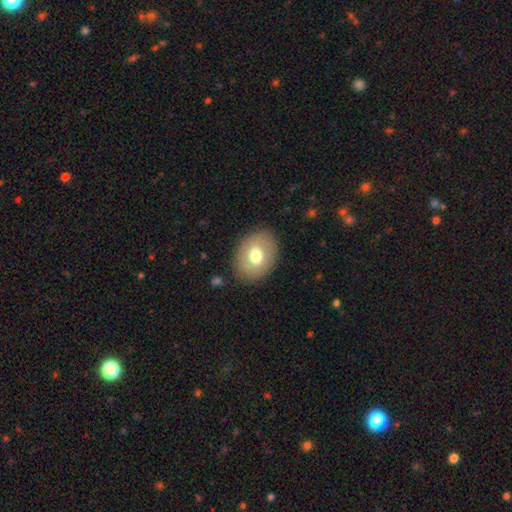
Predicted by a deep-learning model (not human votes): The model was most divided on "how rounded": in between: 65%, round: 35%, cigar-shaped: 1%. More confident: merging — none (84%); smooth or featured — smooth (67%).